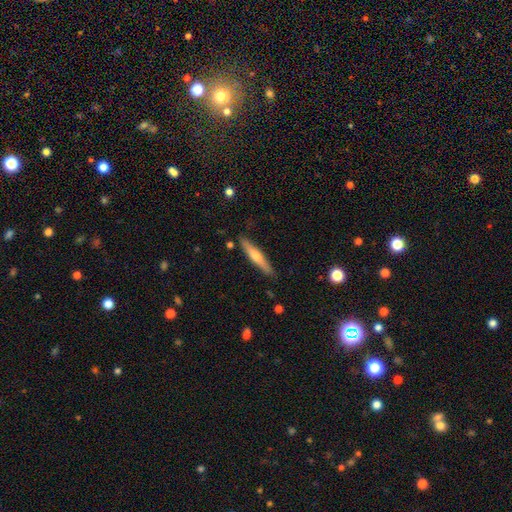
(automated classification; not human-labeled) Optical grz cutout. It shows a featured or disk galaxy (49%). Merging: none (87%).